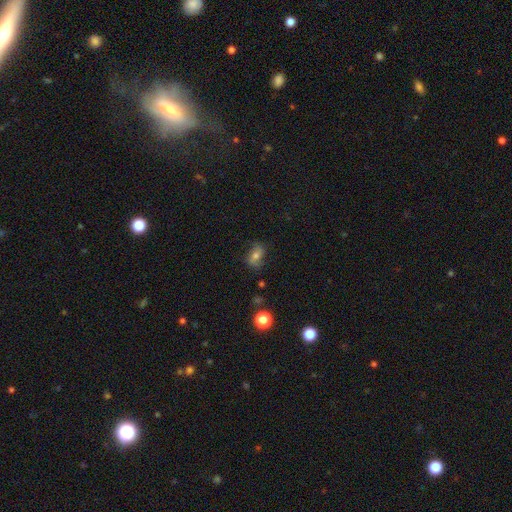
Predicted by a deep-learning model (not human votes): This appears to be a smooth galaxy with no disk features (53%) that is in between round and cigar-shaped (77%). Merging: none (71%).